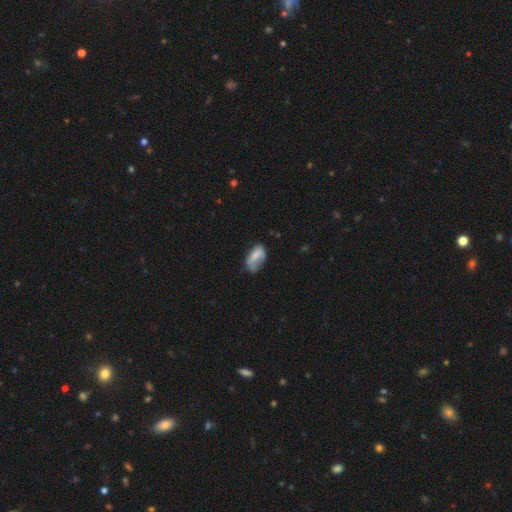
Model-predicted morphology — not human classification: Smooth or featured?
  - smooth: 65% *
  - featured or disk: 27%
  - star or artifact: 8%
How rounded?
  - in between: 91% *
  - round: 5%
  - cigar-shaped: 5%
Merging?
  - none: 38% *
  - minor disturbance: 36%
  - major disturbance: 21%
  - merger: 4%